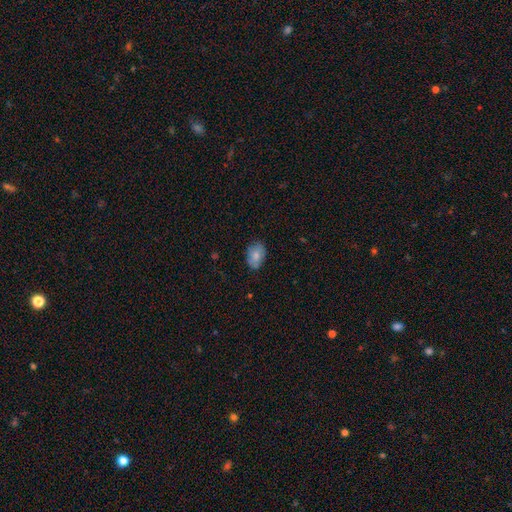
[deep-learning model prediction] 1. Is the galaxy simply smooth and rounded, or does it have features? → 77% smooth, 16% featured or disk, 7% star or artifact.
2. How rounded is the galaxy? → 85% in between, 14% round, 1% cigar-shaped.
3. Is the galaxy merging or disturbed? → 76% none, 19% minor disturbance, 4% major disturbance, 1% merger.